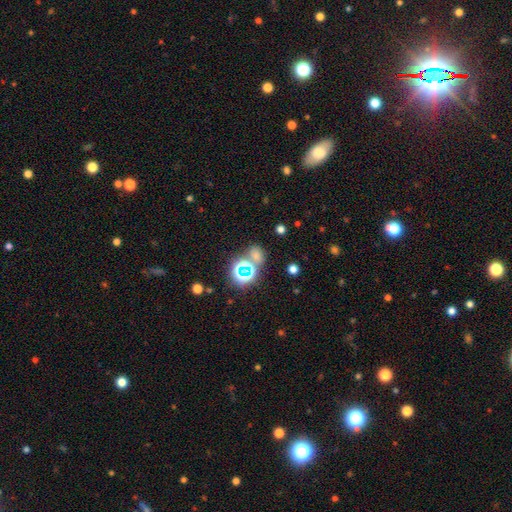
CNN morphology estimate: This is possibly a smooth galaxy (52%). How rounded: possibly round (57%). Merging: likely none (63%).